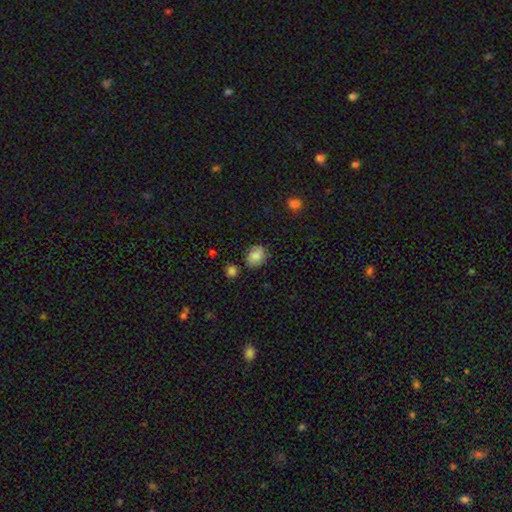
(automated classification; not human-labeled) Smooth or featured? Predicted: smooth (p=0.85). How rounded? Predicted: in between (p=0.56). Merging? Predicted: none (p=0.76).